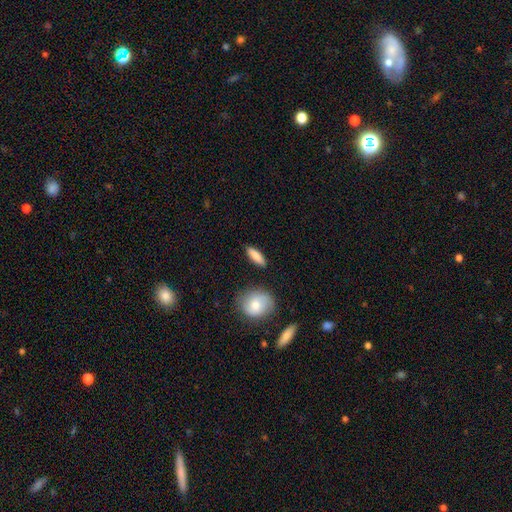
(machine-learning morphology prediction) Smooth or featured? Predicted: smooth (p=0.82). How rounded? Predicted: cigar-shaped (p=0.55). Merging? Predicted: none (p=0.85).